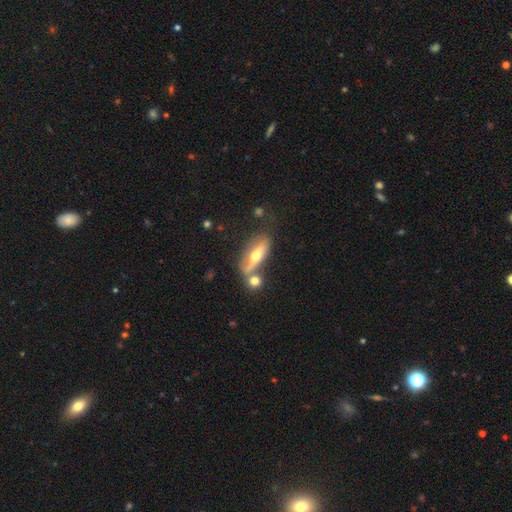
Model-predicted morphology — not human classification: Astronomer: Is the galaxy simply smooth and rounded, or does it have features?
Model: featured or disk — 49% (runner-up: smooth, 44%).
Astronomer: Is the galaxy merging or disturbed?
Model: none — 50% (runner-up: merger, 26%).